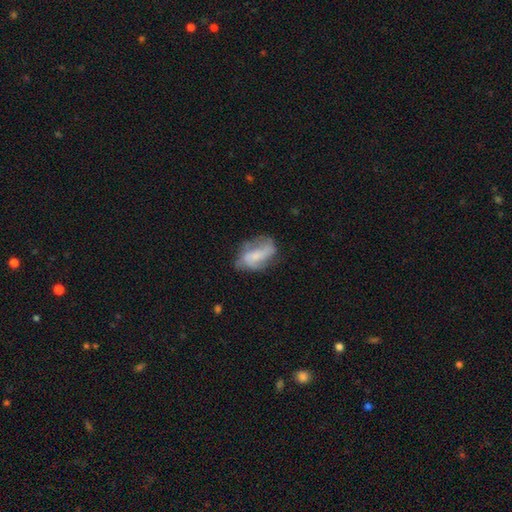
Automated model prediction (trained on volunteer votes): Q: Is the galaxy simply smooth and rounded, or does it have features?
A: featured or disk — 55%.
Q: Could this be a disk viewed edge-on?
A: no — 95%.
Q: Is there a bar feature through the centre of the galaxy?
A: no — 49%.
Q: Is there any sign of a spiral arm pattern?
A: yes — 73%.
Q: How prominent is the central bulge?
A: small — 40%.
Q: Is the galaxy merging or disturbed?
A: none — 50%.